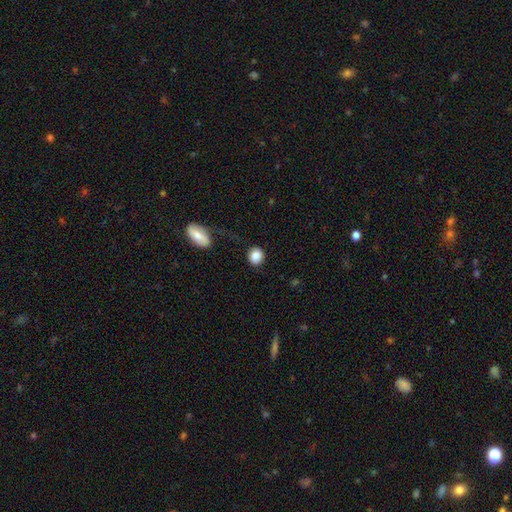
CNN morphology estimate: The model was most divided on "how rounded": round: 71%, in between: 28%, cigar-shaped: 1%. More confident: smooth or featured — smooth (87%); merging — none (80%).